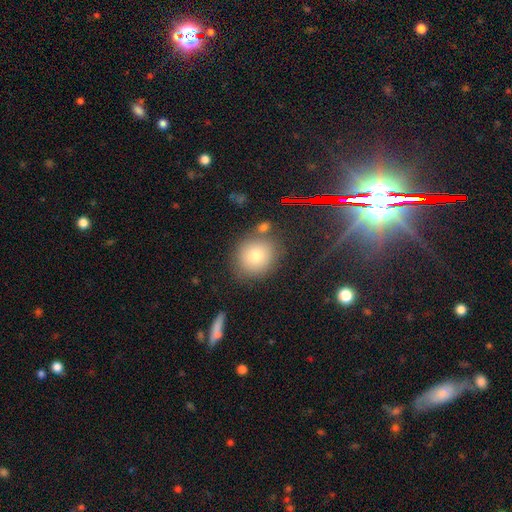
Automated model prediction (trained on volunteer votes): smooth 77%, featured or disk 11%, star or artifact 11%. Down the decision tree: how rounded — round (78%); merging — none (73%).